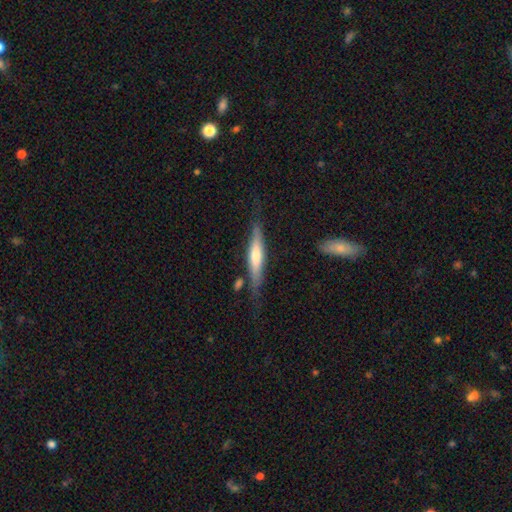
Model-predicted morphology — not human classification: Smooth or featured? featured or disk (55%)
Edge-on disk? yes (92%)
Edge-on bulge? rounded (66%)
Merging? none (70%)